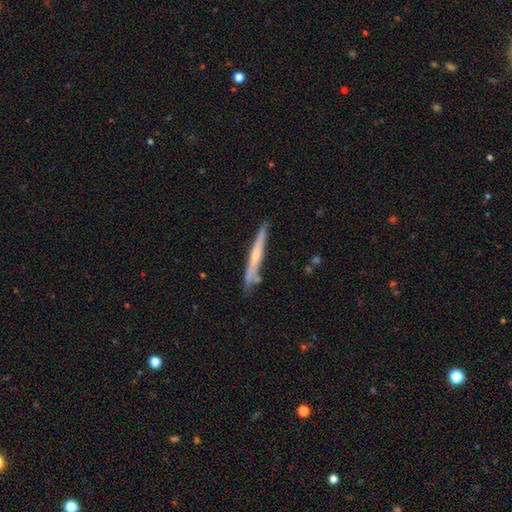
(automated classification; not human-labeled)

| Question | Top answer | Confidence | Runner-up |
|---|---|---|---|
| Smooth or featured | featured or disk | 54% | smooth (40%) |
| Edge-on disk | yes | 95% | no (5%) |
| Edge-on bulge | none | 50% | rounded (44%) |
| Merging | none | 79% | minor disturbance (15%) |